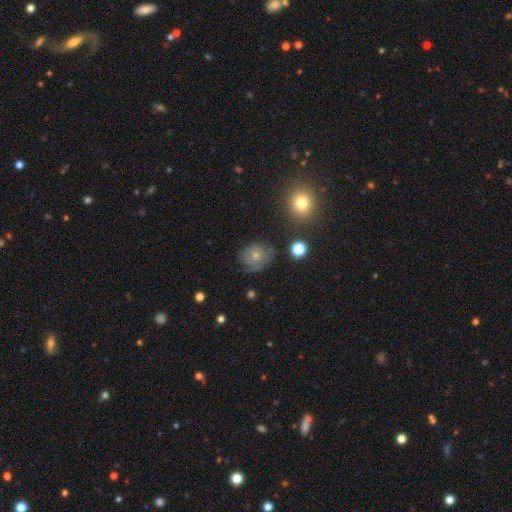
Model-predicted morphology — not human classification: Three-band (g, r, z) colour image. It shows a smooth galaxy with no disk features (61%) that is round (75%). Merging: none (60%).